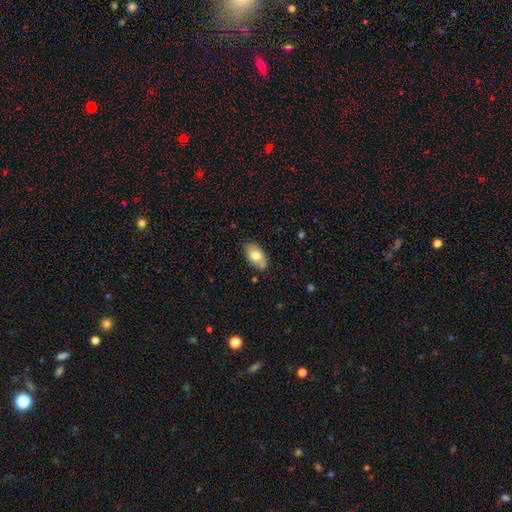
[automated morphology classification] Smooth or featured? Predicted: smooth (p=0.73). How rounded? Predicted: in between (p=0.93). Merging? Predicted: none (p=0.75).